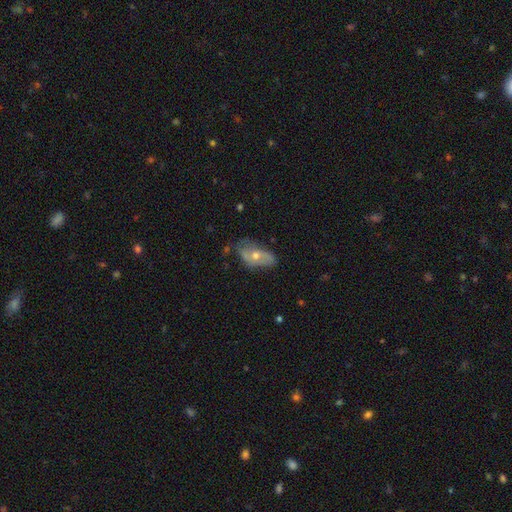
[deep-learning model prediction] A featured or disk galaxy (52%).

Vote fractions:
- Smooth or featured? featured or disk: 52% / smooth: 39% / star or artifact: 9%
- Edge-on disk? no: 85% / yes: 15%
- Merging? none: 53% / minor disturbance: 33% / major disturbance: 12% / merger: 2%